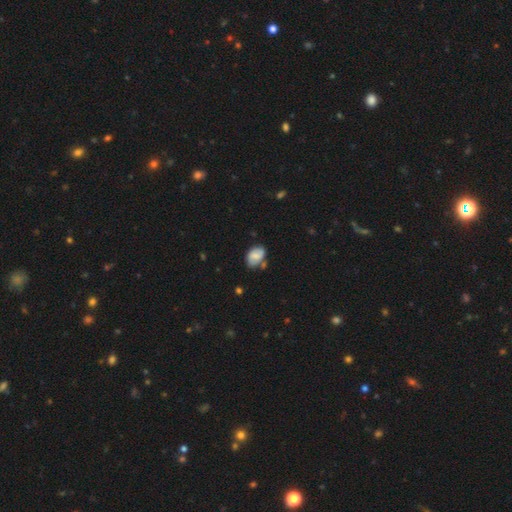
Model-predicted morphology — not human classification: A smooth galaxy with no disk features (60%) that is in between round and cigar-shaped (81%). Merging: none (62%).